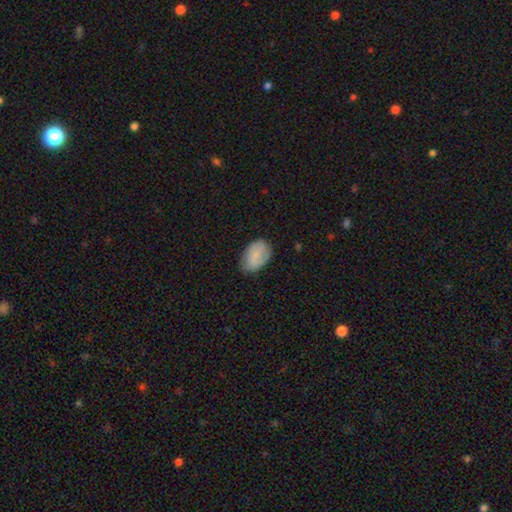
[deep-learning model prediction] A smooth galaxy with no disk features (82%) that is in between round and cigar-shaped (87%).

Vote fractions:
- Smooth or featured? smooth: 82% / featured or disk: 11% / star or artifact: 7%
- How rounded? in between: 87% / round: 12% / cigar-shaped: 1%
- Merging? none: 71% / minor disturbance: 24% / major disturbance: 5% / merger: 1%